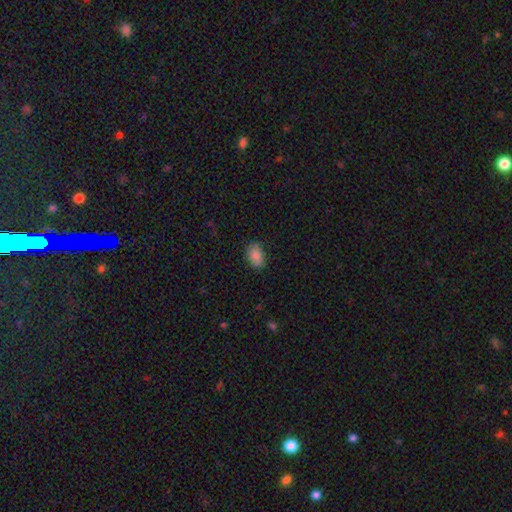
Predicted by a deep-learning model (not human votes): smooth_or_featured: smooth (p=0.81) [alt: featured or disk p=0.11]
how_rounded: in between (p=0.84) [alt: round p=0.14]
merging: none (p=0.82) [alt: minor disturbance p=0.14]